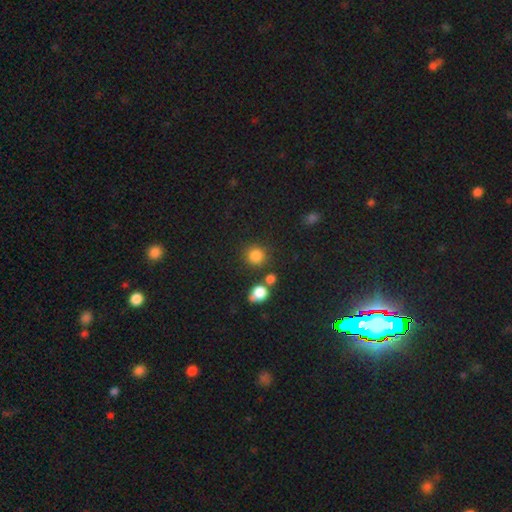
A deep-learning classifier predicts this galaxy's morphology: Smooth or featured? smooth (82%)
How rounded? round (88%)
Merging? none (77%)